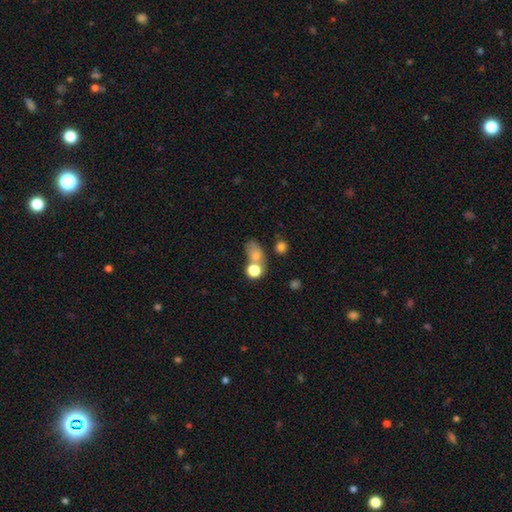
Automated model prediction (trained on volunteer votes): Q: Smooth or featured?
A: smooth (72%); runner-up: star or artifact (15%)
Q: How rounded?
A: in between (62%); runner-up: round (36%)
Q: Merging?
A: none (39%); tied with: merger (39%)